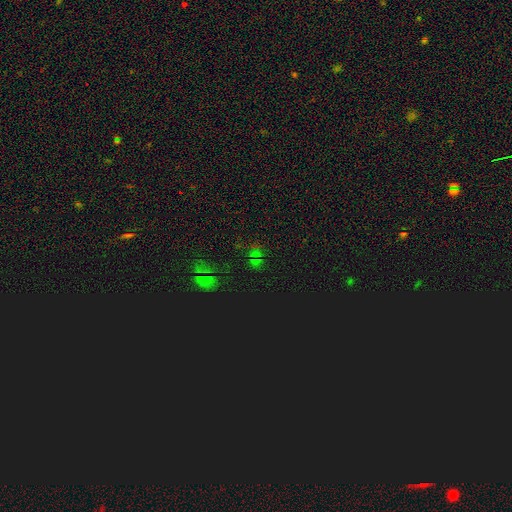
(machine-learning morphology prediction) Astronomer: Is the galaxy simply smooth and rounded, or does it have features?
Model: star or artifact — 67%.